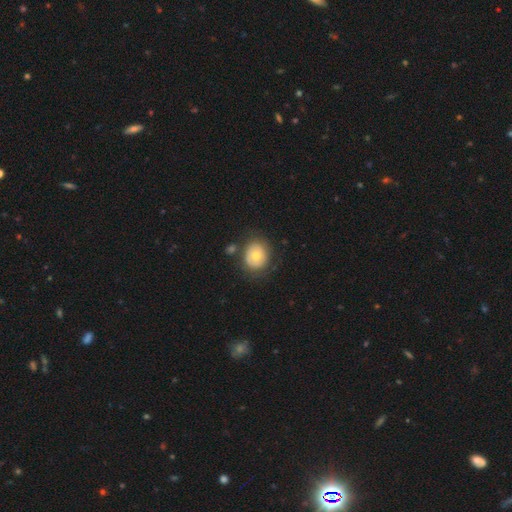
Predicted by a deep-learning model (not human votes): Smooth or featured? Predicted: smooth (p=0.65). How rounded? Predicted: round (p=0.72). Merging? Predicted: none (p=0.70).